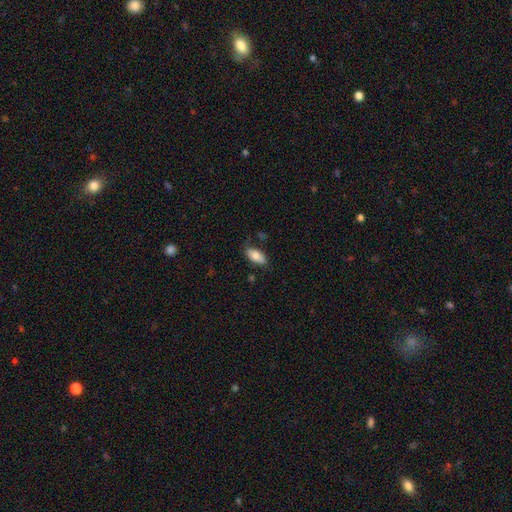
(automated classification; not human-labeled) A smooth galaxy with no disk features (77%) that is in between round and cigar-shaped (90%). Merging: none (72%).